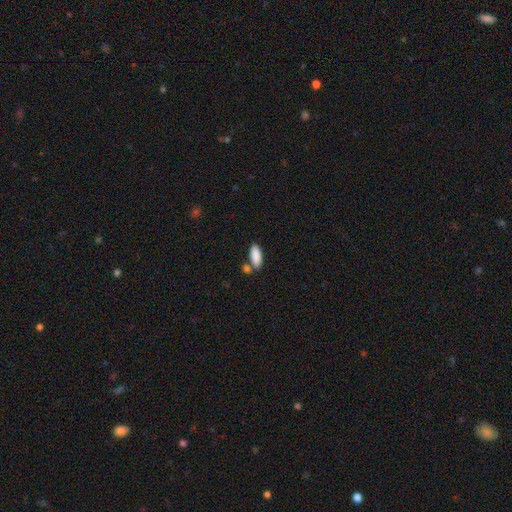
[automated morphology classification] type=smooth (89%); roundness=in between (78%); merging=none (67%).